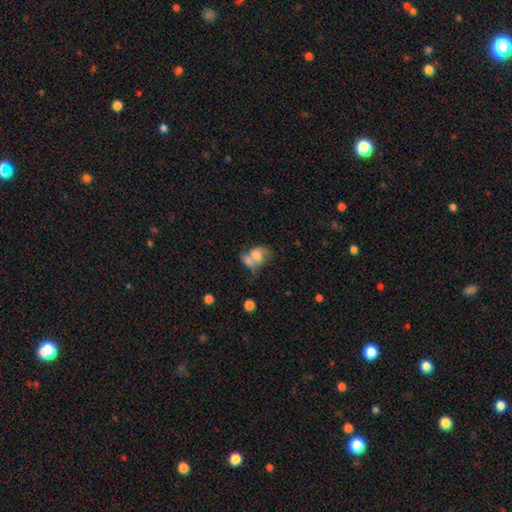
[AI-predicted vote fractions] Smooth or featured? Predicted: smooth (p=0.55). How rounded? Predicted: in between (p=0.68). Merging? Predicted: merger (p=0.53).